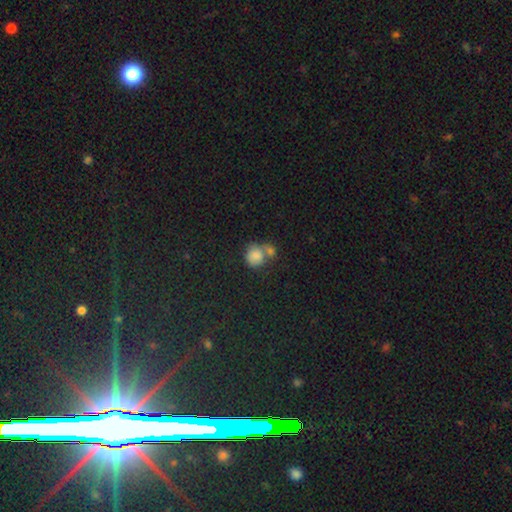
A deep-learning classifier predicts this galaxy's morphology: Smooth or featured?
  - smooth: 77% *
  - star or artifact: 13%
  - featured or disk: 10%
How rounded?
  - round: 80% *
  - in between: 19%
  - cigar-shaped: 1%
Merging?
  - merger: 46% *
  - none: 35%
  - minor disturbance: 13%
  - major disturbance: 6%